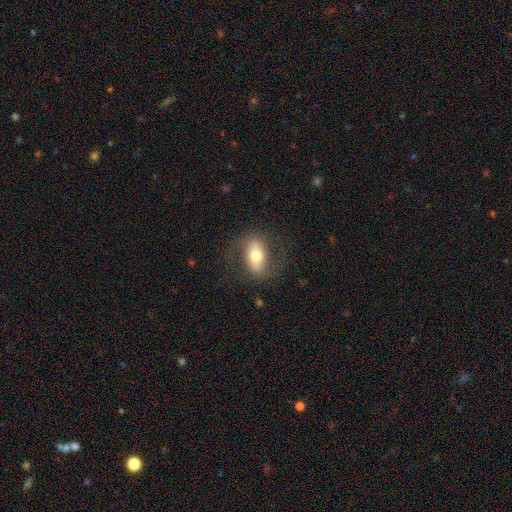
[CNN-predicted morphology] smooth_or_featured: smooth (p=0.56) [alt: featured or disk p=0.37]
how_rounded: in between (p=0.81) [alt: cigar-shaped p=0.11]
merging: none (p=0.76) [alt: minor disturbance p=0.15]